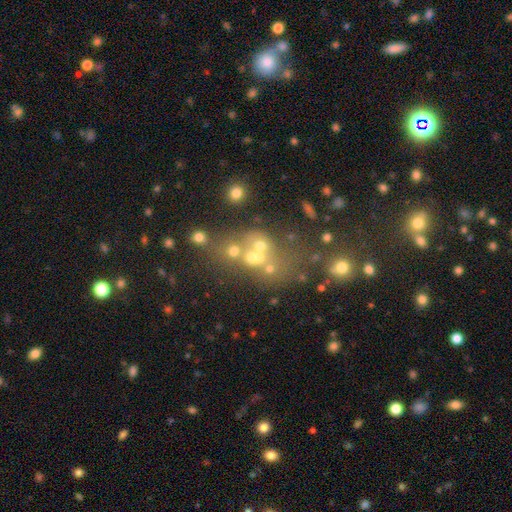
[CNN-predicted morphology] Smooth or featured: smooth — 46% (star or artifact — 29%)
Merging: merger — 44% (none — 36%)